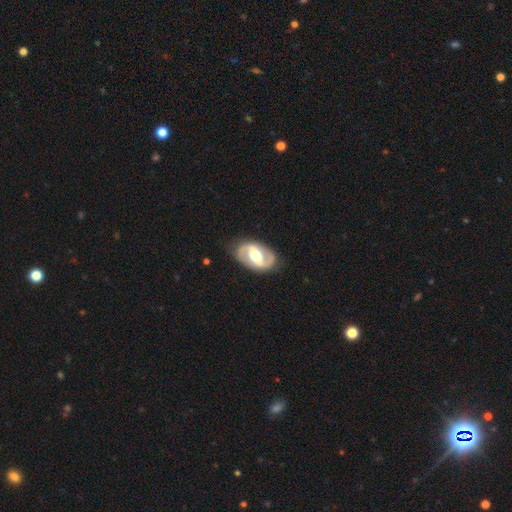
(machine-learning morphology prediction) The model was most divided on "bar": strong: 43%, weak: 37%, no: 20%. Remaining: edge-on disk — no (96%); spiral arm count — 2 (89%); merging — none (81%); smooth or featured — featured or disk (79%); spiral arms — yes (79%); bulge size — moderate (64%); spiral winding — medium (47%).